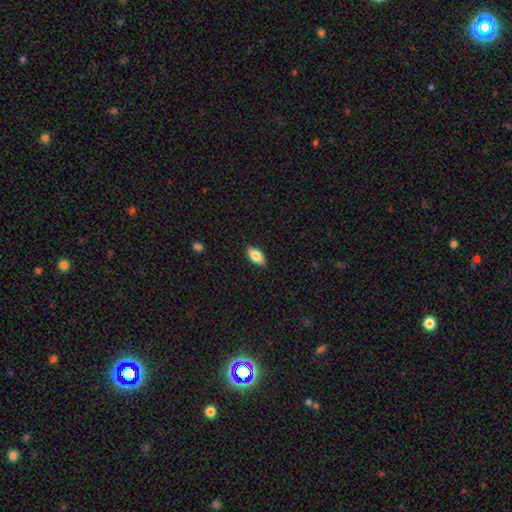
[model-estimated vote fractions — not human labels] Smooth or featured?
  - smooth: 77% *
  - featured or disk: 16%
  - star or artifact: 7%
How rounded?
  - in between: 88% *
  - cigar-shaped: 8%
  - round: 4%
Merging?
  - none: 86% *
  - minor disturbance: 11%
  - major disturbance: 2%
  - merger: 1%